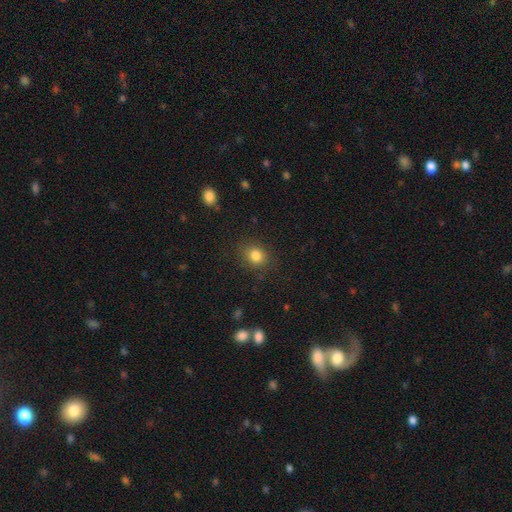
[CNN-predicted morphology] smooth_or_featured: smooth (p=0.82) [alt: star or artifact p=0.12]
how_rounded: round (p=0.65) [alt: in between p=0.34]
merging: none (p=0.85) [alt: minor disturbance p=0.10]